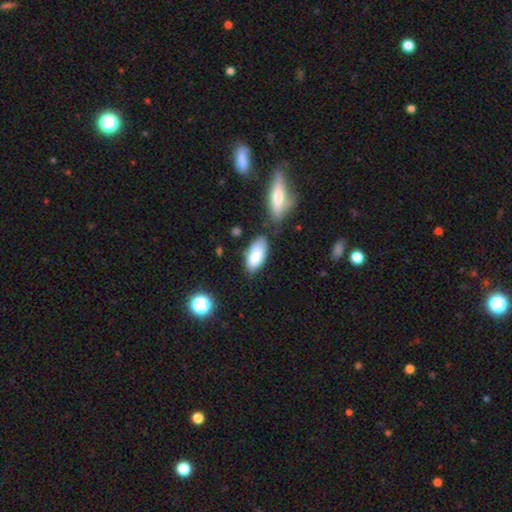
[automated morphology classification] A smooth galaxy with no disk features (86%) that is in between round and cigar-shaped (89%). Merging: none (67%).